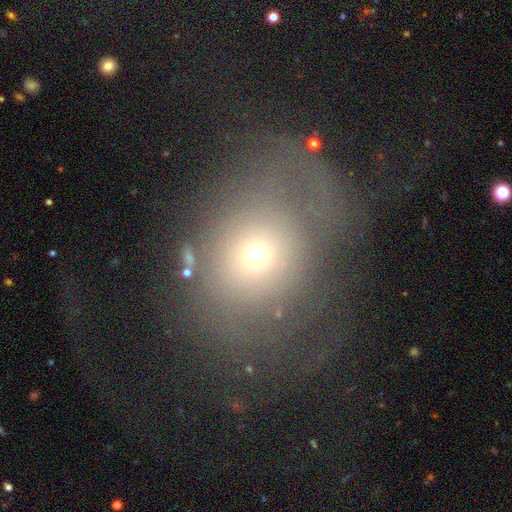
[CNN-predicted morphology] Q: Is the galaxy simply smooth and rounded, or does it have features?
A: smooth — 58%.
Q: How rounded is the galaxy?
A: round — 71%.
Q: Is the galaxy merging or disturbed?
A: none — 44%.